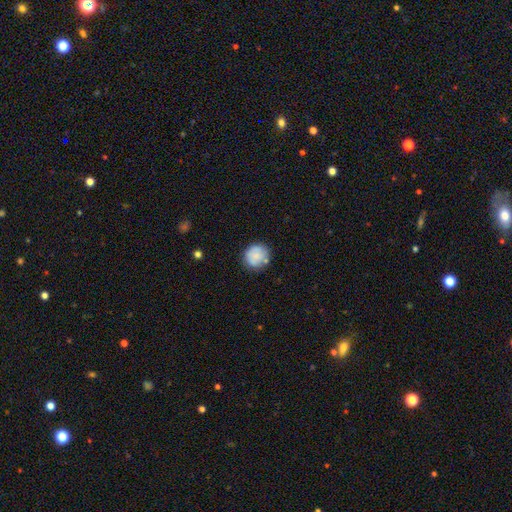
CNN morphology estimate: This is likely a smooth galaxy (76%). How rounded: clearly round (87%). Merging: likely none (72%).